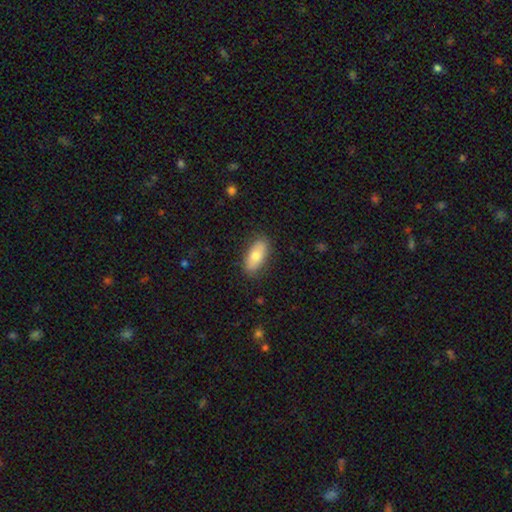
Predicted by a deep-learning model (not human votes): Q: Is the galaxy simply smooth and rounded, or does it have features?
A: smooth — 76%.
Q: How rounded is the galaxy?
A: in between — 85%.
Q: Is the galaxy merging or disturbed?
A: none — 85%.